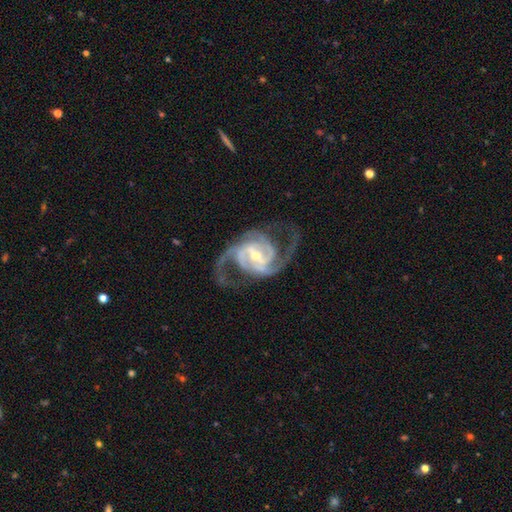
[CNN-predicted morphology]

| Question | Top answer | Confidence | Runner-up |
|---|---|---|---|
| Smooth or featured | featured or disk | 93% | star or artifact (4%) |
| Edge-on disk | no | 98% | yes (2%) |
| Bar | weak | 42% | strong (38%) |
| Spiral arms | yes | 98% | no (2%) |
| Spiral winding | medium | 58% | tight (24%) |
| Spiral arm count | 2 | 52% | 3 (29%) |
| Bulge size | small | 54% | moderate (42%) |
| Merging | none | 70% | minor disturbance (15%) |